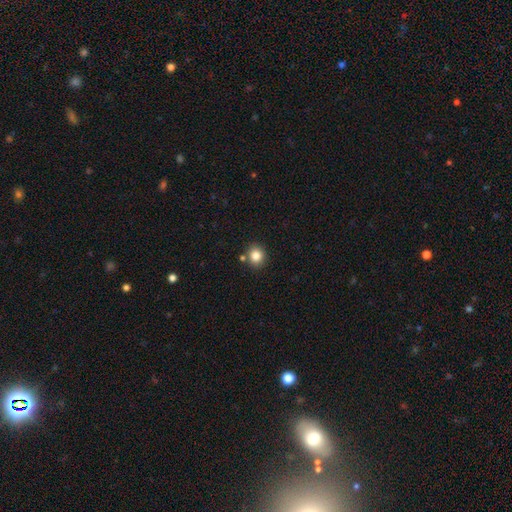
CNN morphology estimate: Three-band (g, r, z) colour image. It shows a smooth galaxy with no disk features (83%) that is round (80%). Merging: none (81%).